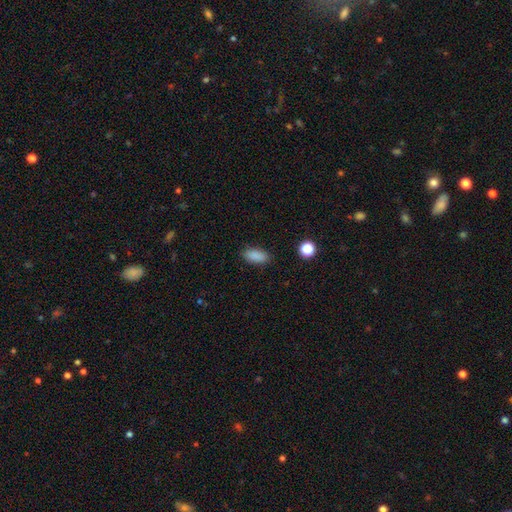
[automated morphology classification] smooth-or-featured: smooth: 87% | star or artifact: 9% | featured or disk: 4%
  how-rounded: in between: 86% | cigar-shaped: 11% | round: 4%
  merging: none: 87% | minor disturbance: 10% | major disturbance: 2% | merger: 1%